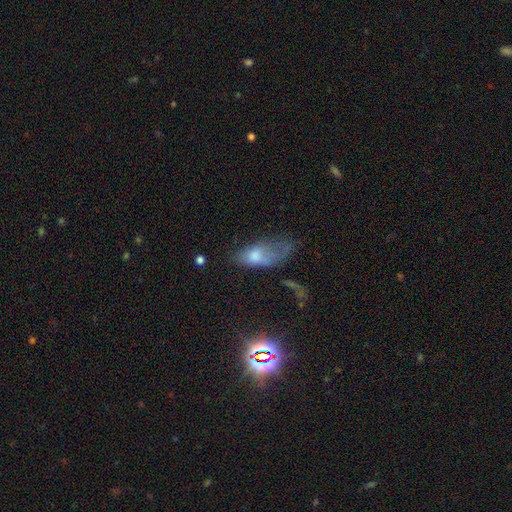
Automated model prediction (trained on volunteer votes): Smooth or featured? Predicted: smooth (p=0.58). How rounded? Predicted: in between (p=0.83). Merging? Predicted: major disturbance (p=0.45).